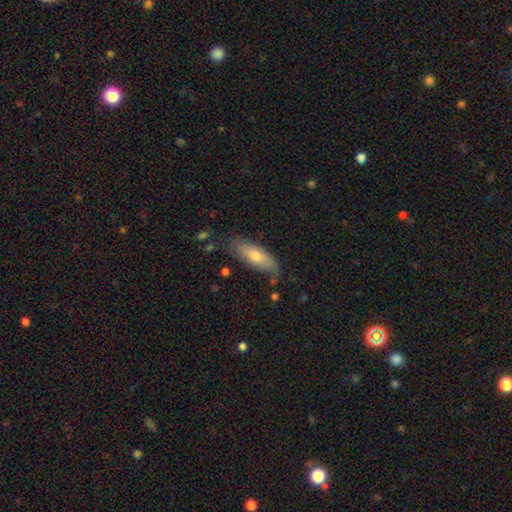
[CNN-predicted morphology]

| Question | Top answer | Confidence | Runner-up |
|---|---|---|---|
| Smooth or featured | smooth | 67% | featured or disk (27%) |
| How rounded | in between | 60% | cigar-shaped (38%) |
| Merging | none | 68% | minor disturbance (24%) |